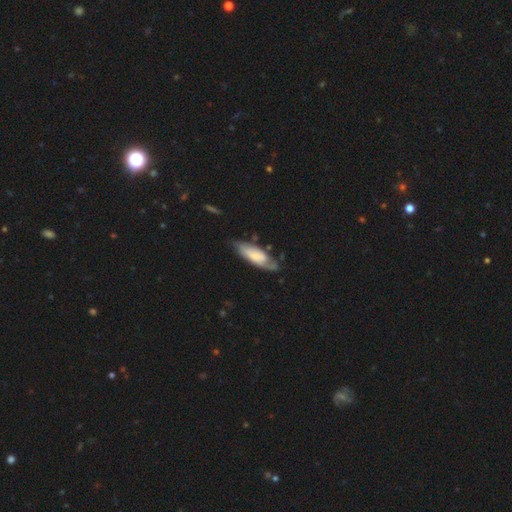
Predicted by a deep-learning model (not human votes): smooth_or_featured: featured or disk (p=0.47) [tied with: smooth p=0.47]
merging: none (p=0.60) [alt: minor disturbance p=0.27]